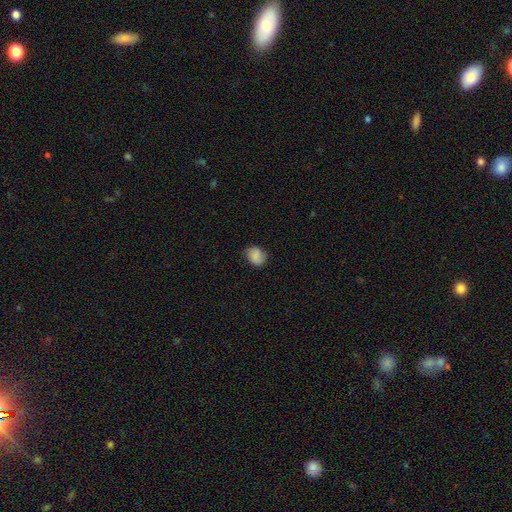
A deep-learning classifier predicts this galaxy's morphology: A smooth galaxy with no disk features (79%) that is round (51%).

Vote fractions:
- Smooth or featured? smooth: 79% / featured or disk: 12% / star or artifact: 9%
- How rounded? round: 51% / in between: 48% / cigar-shaped: 1%
- Merging? none: 74% / minor disturbance: 20% / major disturbance: 5% / merger: 1%